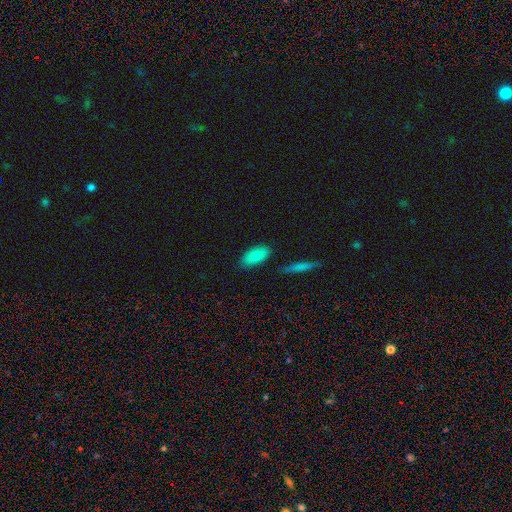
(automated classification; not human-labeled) Q: Smooth or featured?
A: smooth (84%); runner-up: featured or disk (9%)
Q: How rounded?
A: in between (90%); runner-up: cigar-shaped (8%)
Q: Merging?
A: none (83%); runner-up: minor disturbance (11%)